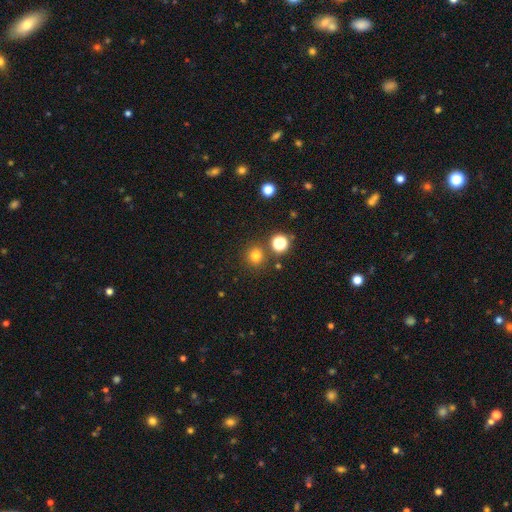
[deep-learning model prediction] Overall: smooth (76%). How rounded: round (90%). Merging: none (83%).